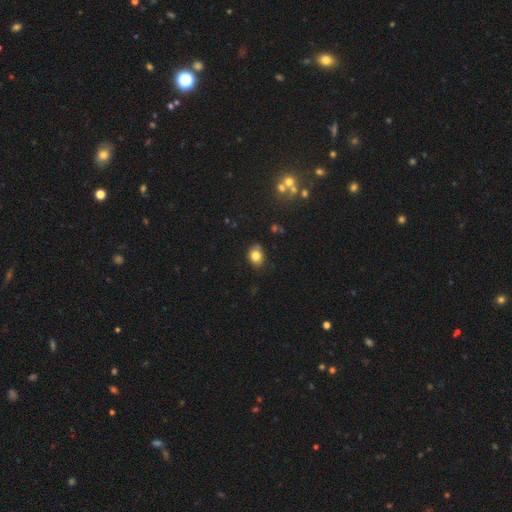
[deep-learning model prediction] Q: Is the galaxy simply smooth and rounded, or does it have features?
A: smooth — 80%.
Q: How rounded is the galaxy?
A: in between — 53%.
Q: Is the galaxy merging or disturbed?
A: none — 78%.